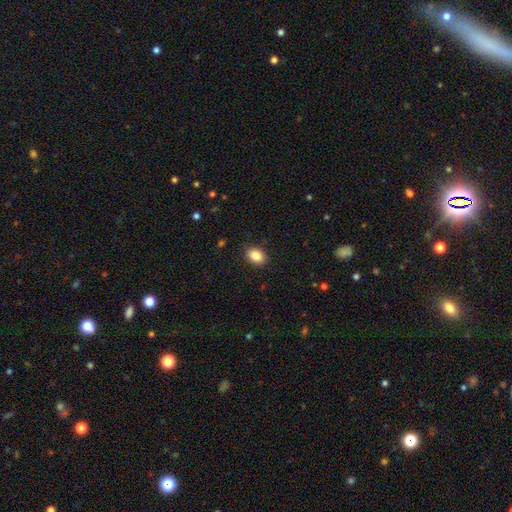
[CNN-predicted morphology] smooth 86%, star or artifact 8%, featured or disk 5%. Down the decision tree: how rounded — in between (73%); merging — none (89%).